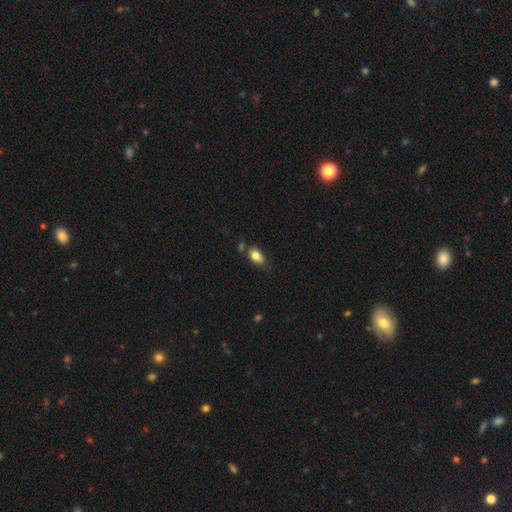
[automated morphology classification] type=smooth (82%); roundness=in between (83%); merging=none (59%).